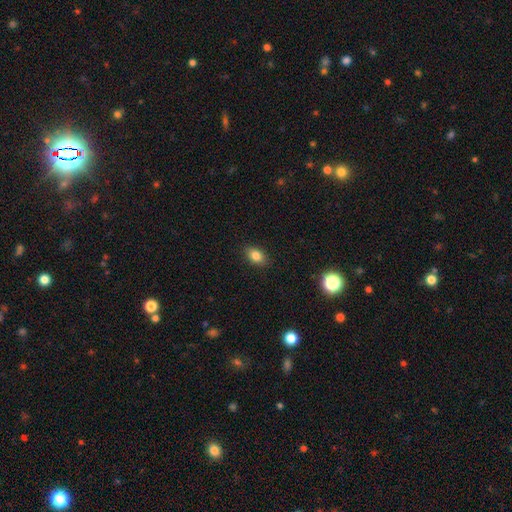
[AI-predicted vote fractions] smooth-or-featured: smooth: 83% | star or artifact: 10% | featured or disk: 7%
  how-rounded: in between: 81% | round: 17% | cigar-shaped: 2%
  merging: none: 88% | minor disturbance: 9% | major disturbance: 2% | merger: 1%